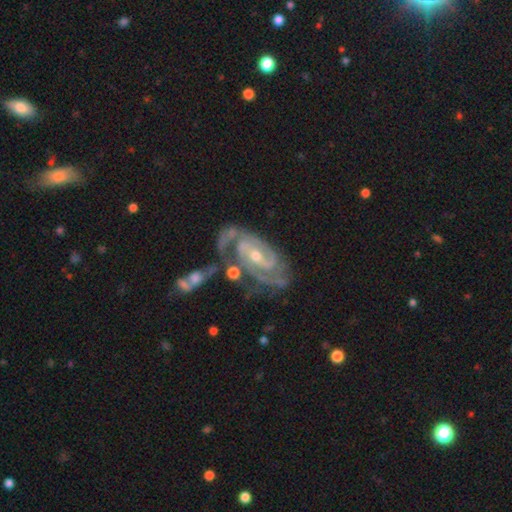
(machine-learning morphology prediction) type=featured or disk (90%); edge-on=no (96%); bar=weak (40%, tied with no); spiral arms=yes (97%); winding=tight (59%); arm count=2 (60%); bulge=small (55%); merging=none (46%).